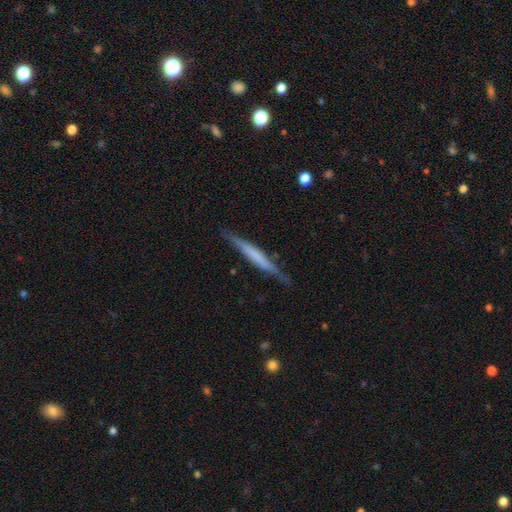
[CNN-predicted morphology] Smooth or featured?
  - featured or disk: 49% *
  - smooth: 45%
  - star or artifact: 6%
Merging?
  - none: 83% *
  - minor disturbance: 13%
  - major disturbance: 2%
  - merger: 1%